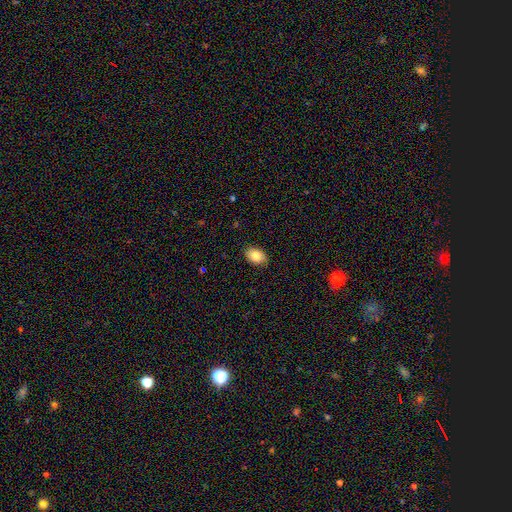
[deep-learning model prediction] smooth 83%, featured or disk 10%, star or artifact 8%. Down the decision tree: how rounded — in between (82%); merging — none (85%).